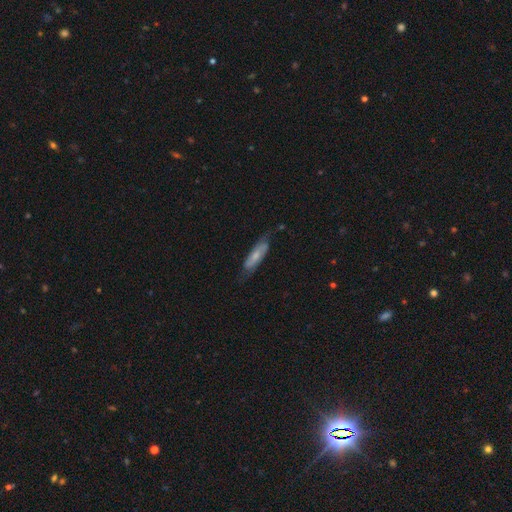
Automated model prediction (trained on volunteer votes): A featured or disk galaxy (50%). Merging: none (67%).